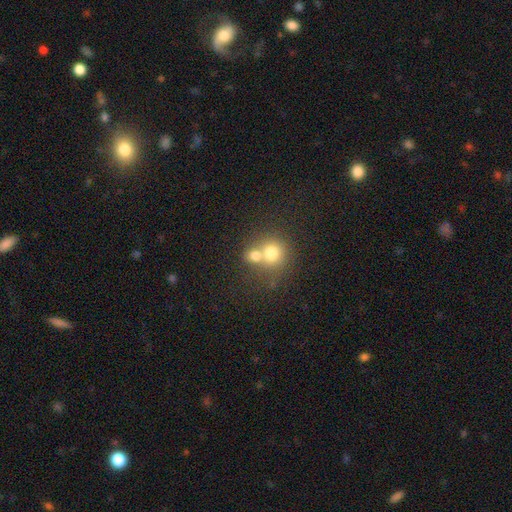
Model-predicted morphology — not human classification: The model was most divided on "merging": merger: 61%, none: 30%, minor disturbance: 6%, major disturbance: 3%. More confident: how rounded — round (78%); smooth or featured — smooth (73%).